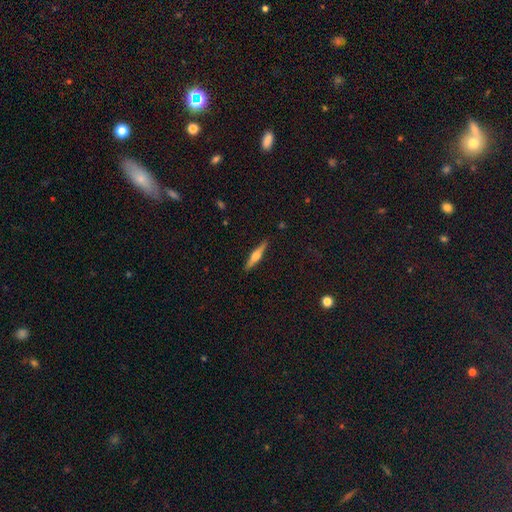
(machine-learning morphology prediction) Overall: featured or disk (63%; smooth 31%). Edge-on disk: yes (97%). Edge-on bulge: rounded (87%). Merging: none (90%).